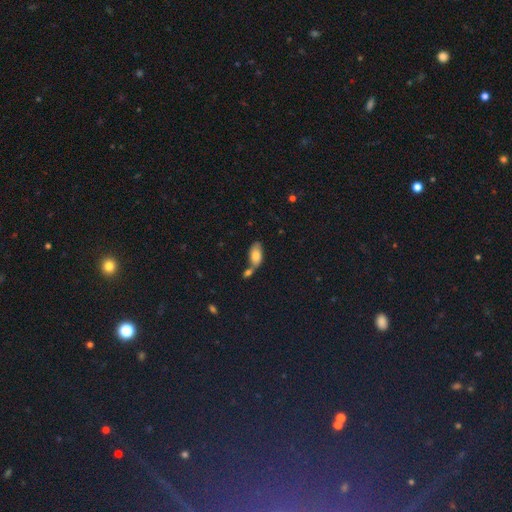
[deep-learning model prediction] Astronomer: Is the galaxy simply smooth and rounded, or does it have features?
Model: smooth — 76%.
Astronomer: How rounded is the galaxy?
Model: in between — 92%.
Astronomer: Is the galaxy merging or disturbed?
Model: none — 41% (runner-up: merger, 40%).